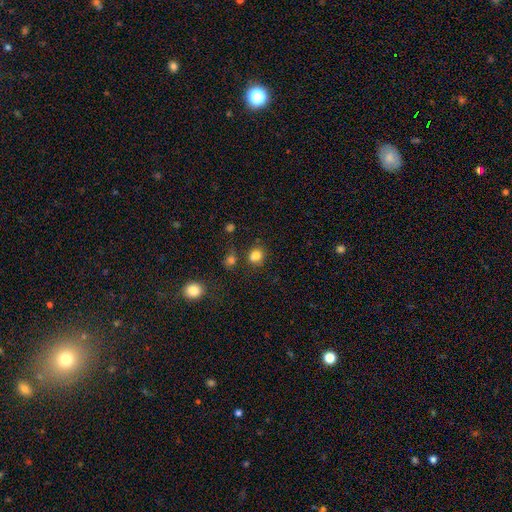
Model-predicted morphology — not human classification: The model was most divided on "how rounded": round: 74%, in between: 25%, cigar-shaped: 1%. More confident: smooth or featured — smooth (82%); merging — none (70%).